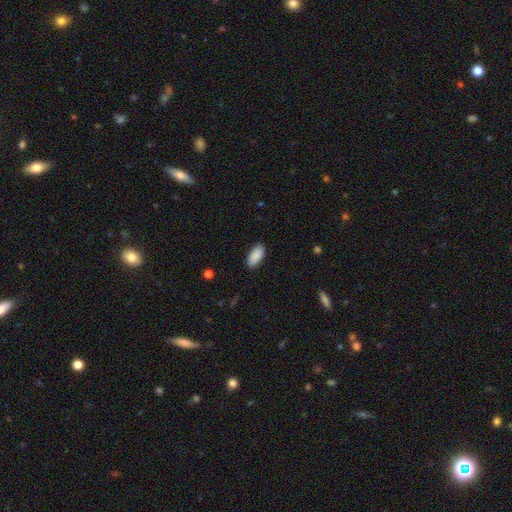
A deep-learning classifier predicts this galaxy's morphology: Smooth or featured: smooth — 90% (star or artifact — 6%)
How rounded: in between — 91% (cigar-shaped — 7%)
Merging: none — 89% (minor disturbance — 8%)